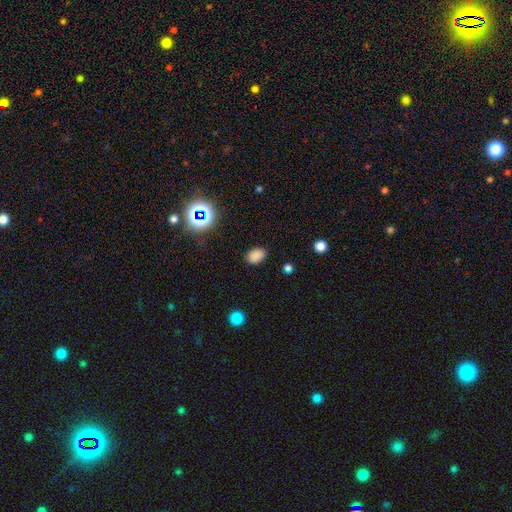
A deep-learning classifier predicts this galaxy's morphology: smooth_or_featured: smooth (p=0.81) [alt: star or artifact p=0.15]
how_rounded: in between (p=0.82) [alt: round p=0.17]
merging: none (p=0.85) [alt: minor disturbance p=0.11]